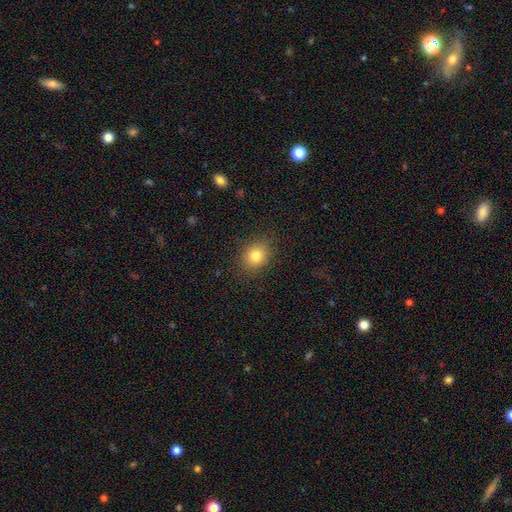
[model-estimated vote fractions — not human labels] A smooth galaxy with no disk features (80%) that is round (52%). Merging: none (86%).